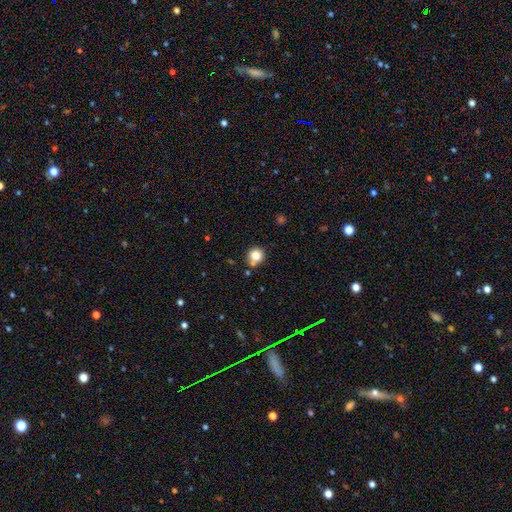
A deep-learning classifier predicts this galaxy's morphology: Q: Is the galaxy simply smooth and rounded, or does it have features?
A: smooth — 81%.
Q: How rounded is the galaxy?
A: round — 89%.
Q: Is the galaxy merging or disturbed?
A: none — 73%.